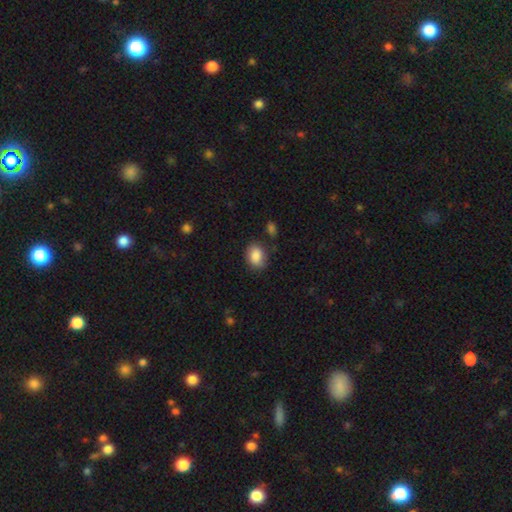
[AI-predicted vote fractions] Morphology: type=smooth (87%); roundness=in between (74%); merging=none (79%).